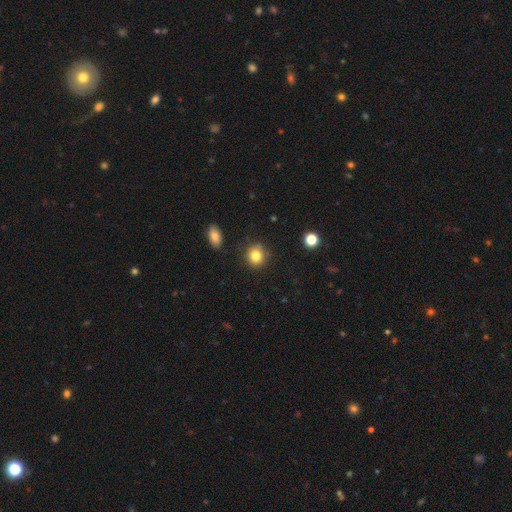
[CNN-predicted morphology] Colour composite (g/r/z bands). It shows a smooth galaxy with no disk features (83%) that is round (82%). Merging: none (83%).